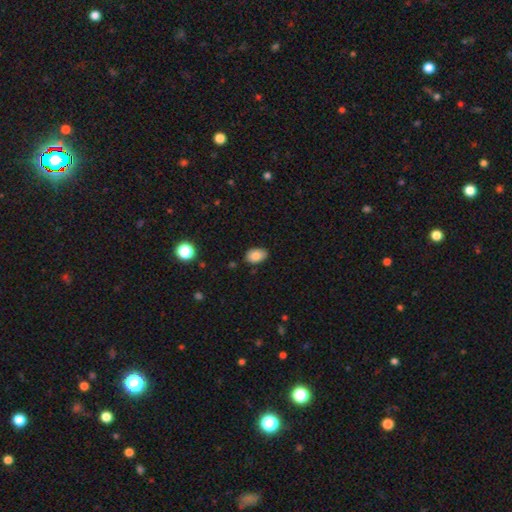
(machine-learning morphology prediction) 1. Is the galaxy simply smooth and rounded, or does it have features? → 83% smooth, 9% star or artifact, 9% featured or disk.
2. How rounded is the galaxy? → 88% in between, 11% round, 1% cigar-shaped.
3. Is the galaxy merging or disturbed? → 82% none, 14% minor disturbance, 2% major disturbance, 2% merger.